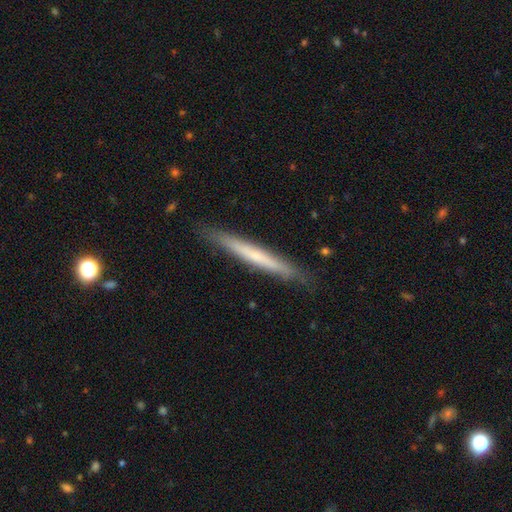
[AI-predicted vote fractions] The model was most divided on "smooth or featured": smooth: 50%, featured or disk: 45%, star or artifact: 6%. More confident: merging — none (87%).